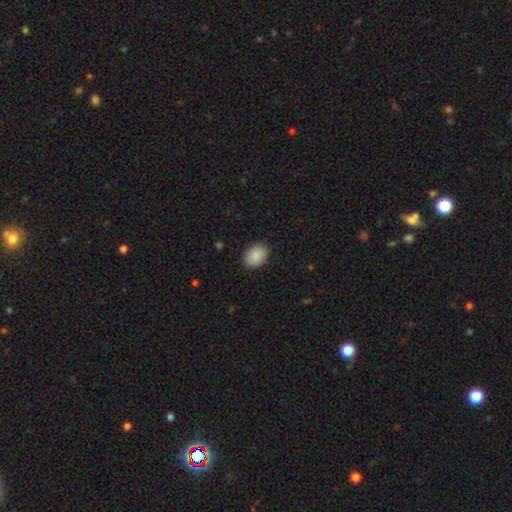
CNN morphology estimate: Smooth or featured: smooth — 90% (star or artifact — 7%)
How rounded: in between — 76% (round — 23%)
Merging: none — 87% (minor disturbance — 9%)